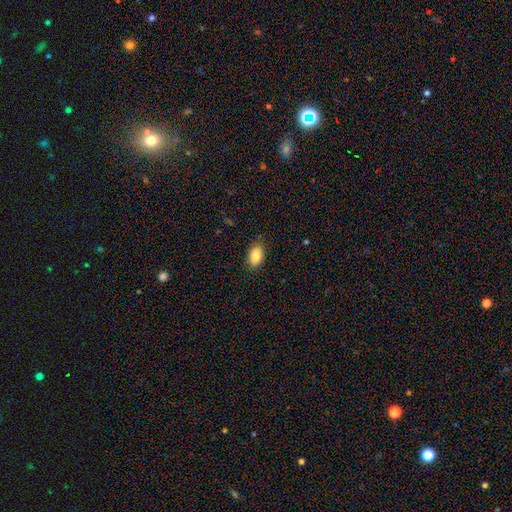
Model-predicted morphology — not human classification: smooth_or_featured: smooth (p=0.85) [alt: star or artifact p=0.08]
how_rounded: in between (p=0.90) [alt: round p=0.08]
merging: none (p=0.85) [alt: minor disturbance p=0.12]